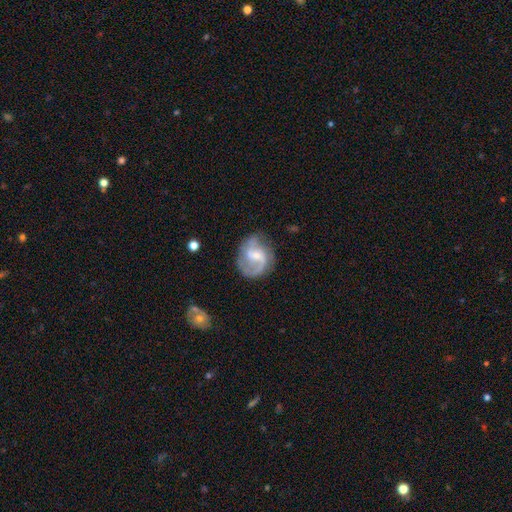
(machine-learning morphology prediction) Smooth or featured?
  - featured or disk: 81% *
  - smooth: 14%
  - star or artifact: 6%
Edge-on disk?
  - no: 98% *
  - yes: 2%
Bar?
  - weak: 53% *
  - no: 33%
  - strong: 14%
Spiral arms?
  - yes: 94% *
  - no: 6%
Spiral winding?
  - medium: 48% *
  - loose: 37%
  - tight: 15%
Spiral arm count?
  - 2: 75% *
  - 1: 9%
  - can't tell: 7%
  - 3: 5%
  - 4: 2%
  - more than 4: 2%
Bulge size?
  - small: 52% *
  - moderate: 38%
  - none: 6%
  - large: 3%
  - dominant: 1%
Merging?
  - none: 68% *
  - minor disturbance: 19%
  - major disturbance: 11%
  - merger: 2%